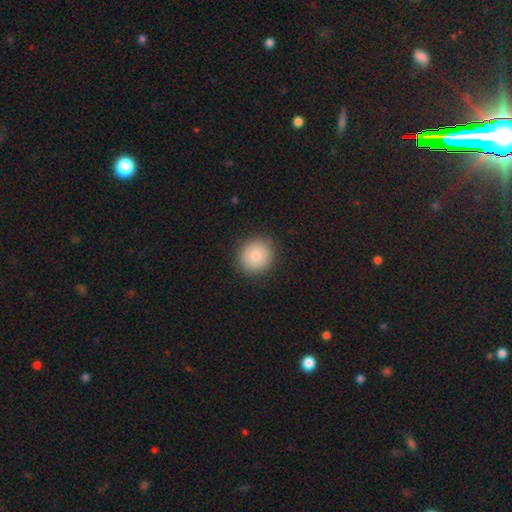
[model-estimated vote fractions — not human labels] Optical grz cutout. It shows a smooth galaxy with no disk features (82%) that is round (90%). Merging: none (89%).